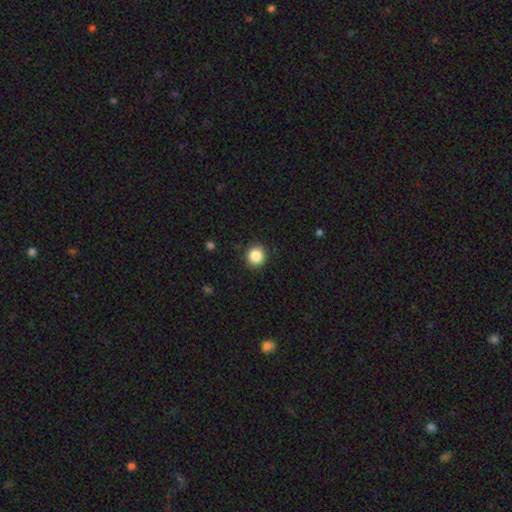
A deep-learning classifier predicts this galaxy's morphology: smooth-or-featured: smooth: 86% | star or artifact: 10% | featured or disk: 4%
  how-rounded: round: 89% | in between: 10% | cigar-shaped: 1%
  merging: none: 90% | minor disturbance: 7% | major disturbance: 2% | merger: 1%